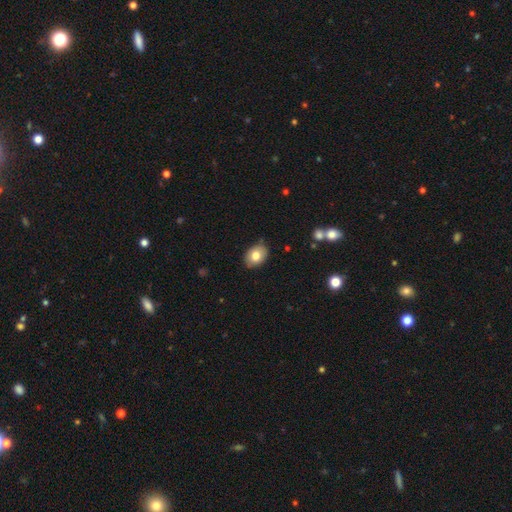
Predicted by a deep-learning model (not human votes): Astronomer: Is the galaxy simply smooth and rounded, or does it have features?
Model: smooth — 79%.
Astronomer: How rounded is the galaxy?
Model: in between — 77%.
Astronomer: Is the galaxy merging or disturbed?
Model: none — 84%.